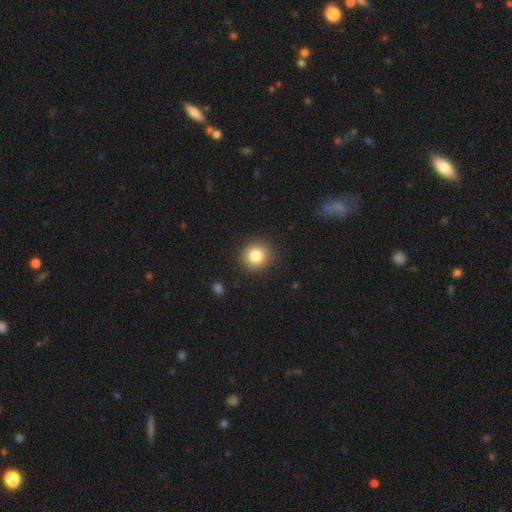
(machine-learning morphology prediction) Smooth or featured? Predicted: smooth (p=0.83). How rounded? Predicted: round (p=0.89). Merging? Predicted: none (p=0.91).